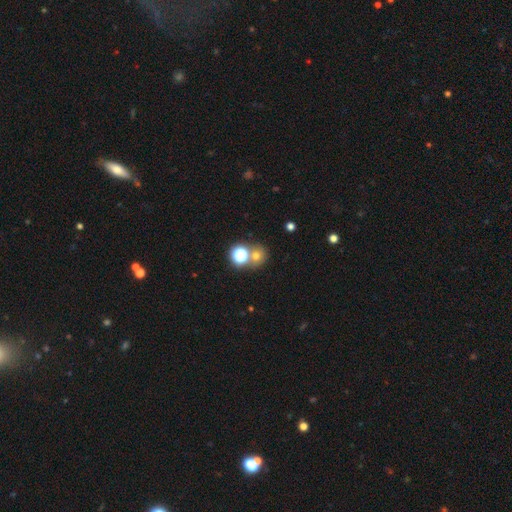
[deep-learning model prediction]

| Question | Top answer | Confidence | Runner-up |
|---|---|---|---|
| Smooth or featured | smooth | 64% | star or artifact (26%) |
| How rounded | round | 83% | in between (16%) |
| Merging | none | 60% | merger (28%) |